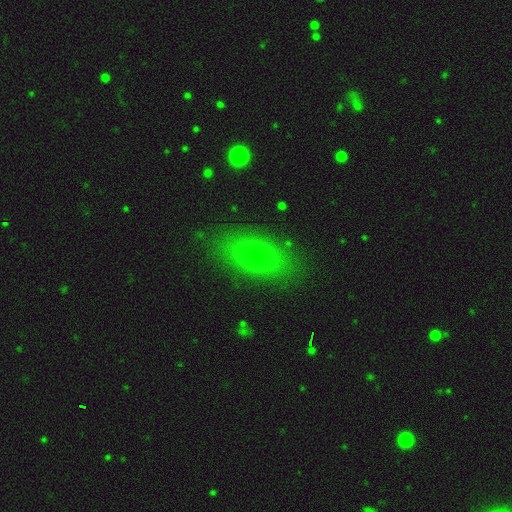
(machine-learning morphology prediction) type=smooth (69%); roundness=in between (75%); merging=none (84%).